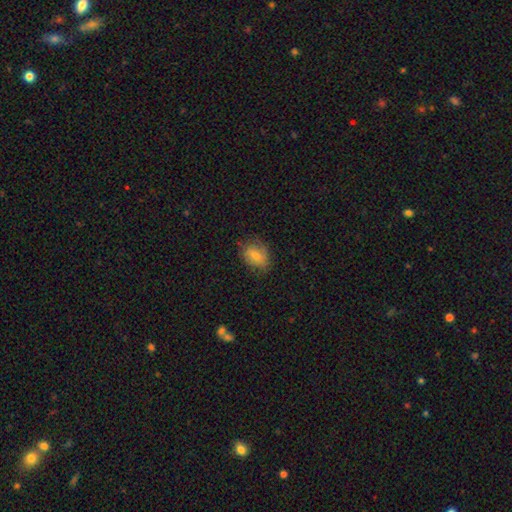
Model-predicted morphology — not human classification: This appears to be a smooth galaxy with no disk features (67%) that is in between round and cigar-shaped (67%). Merging: none (67%).